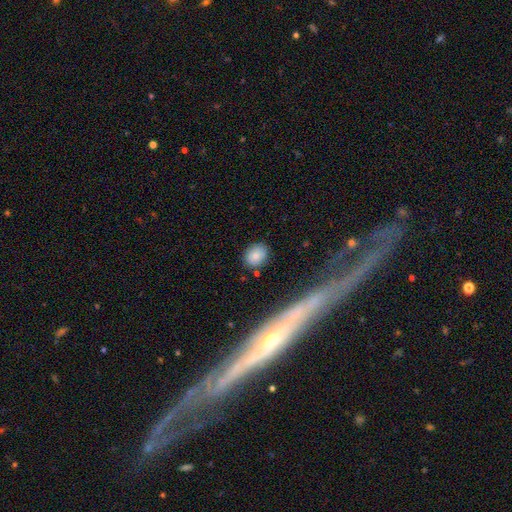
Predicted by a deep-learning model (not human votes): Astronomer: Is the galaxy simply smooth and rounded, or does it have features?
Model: smooth — 81%.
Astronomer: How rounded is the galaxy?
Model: round — 54% (runner-up: in between, 44%).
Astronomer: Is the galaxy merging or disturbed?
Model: none — 83%.